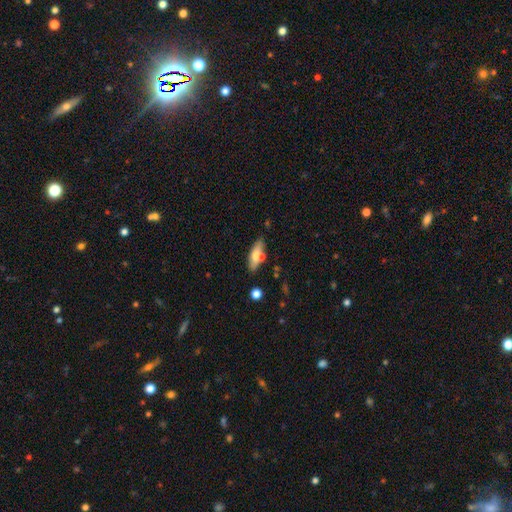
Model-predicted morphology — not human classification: This is likely a smooth galaxy (64%). How rounded: possibly in between (54%). Merging: likely none (68%).